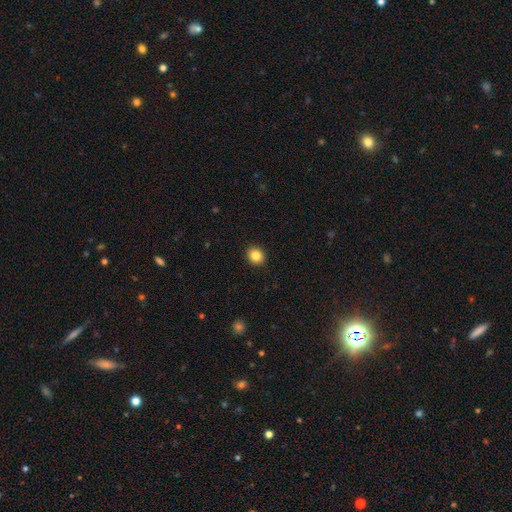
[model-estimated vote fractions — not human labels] Q: Smooth or featured?
A: smooth (85%); runner-up: star or artifact (10%)
Q: How rounded?
A: round (83%); runner-up: in between (16%)
Q: Merging?
A: none (92%); runner-up: minor disturbance (5%)